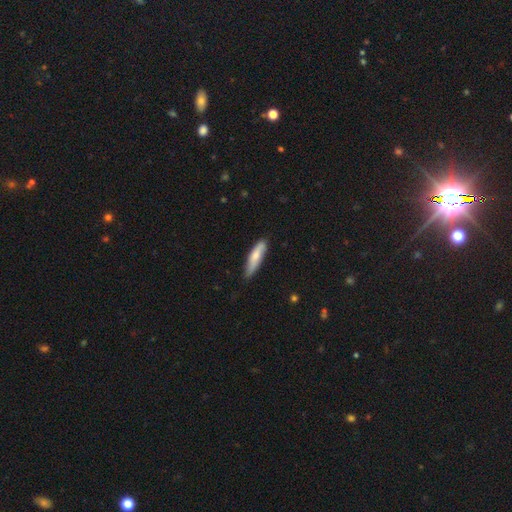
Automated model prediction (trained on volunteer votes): A smooth galaxy with no disk features (72%) that is cigar-shaped (72%). Merging: none (74%).